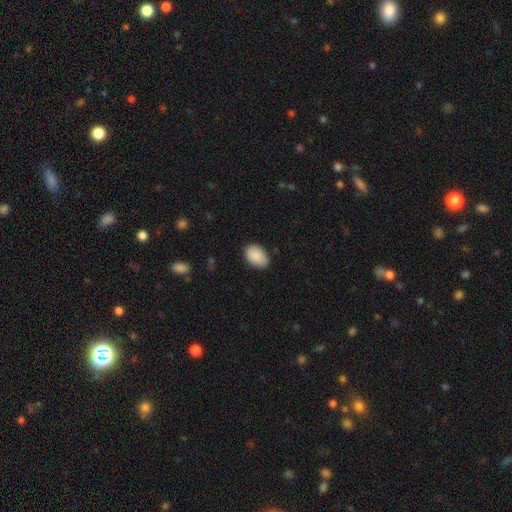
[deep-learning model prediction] smooth-or-featured: smooth: 90% | star or artifact: 7% | featured or disk: 4%
  how-rounded: in between: 86% | round: 13% | cigar-shaped: 1%
  merging: none: 78% | minor disturbance: 18% | major disturbance: 3% | merger: 1%